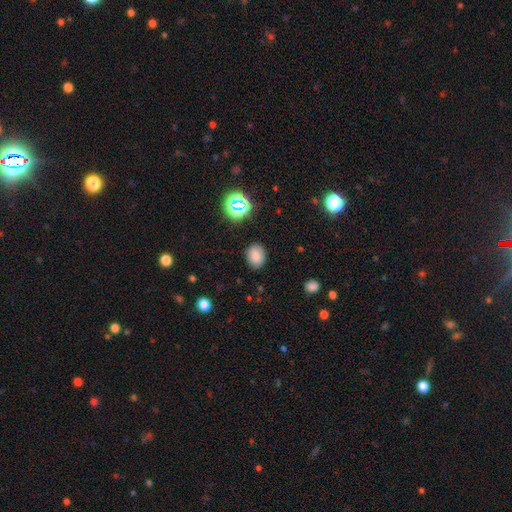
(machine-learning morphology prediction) The model was most divided on "how rounded": in between: 63%, round: 36%, cigar-shaped: 1%. More confident: merging — none (85%); smooth or featured — smooth (81%).